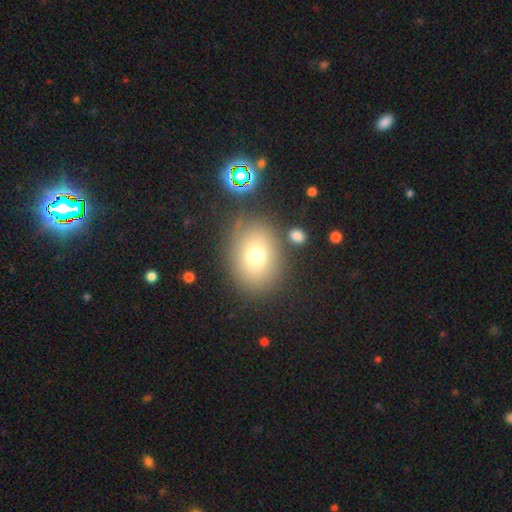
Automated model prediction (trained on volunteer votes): Overall: smooth (71%). How rounded: round (50%; in between 49%). Merging: none (78%).